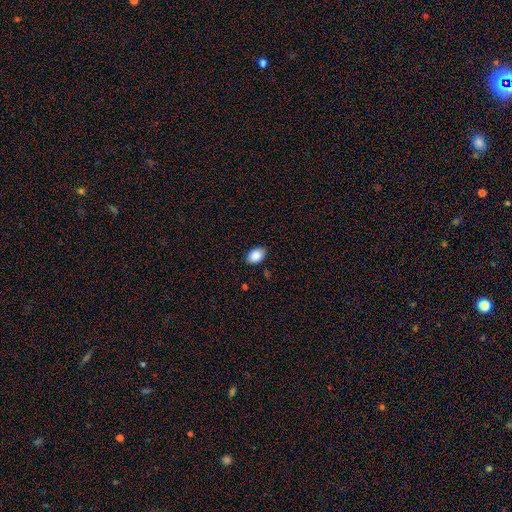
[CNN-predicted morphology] This is clearly a smooth galaxy (89%). How rounded: clearly in between (84%). Merging: clearly none (87%).